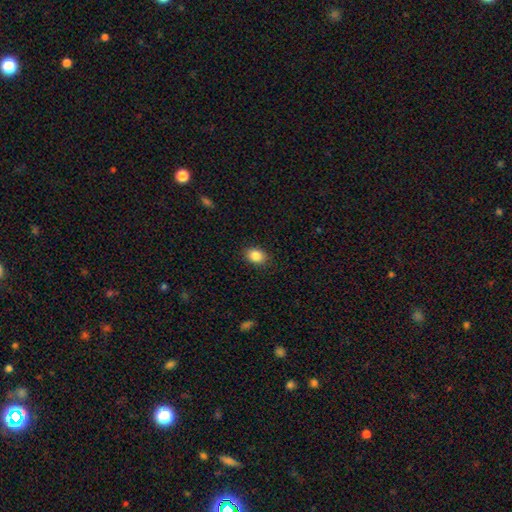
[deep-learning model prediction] Q: Smooth or featured?
A: smooth (86%); runner-up: star or artifact (9%)
Q: How rounded?
A: in between (69%); runner-up: round (30%)
Q: Merging?
A: none (88%); runner-up: minor disturbance (9%)